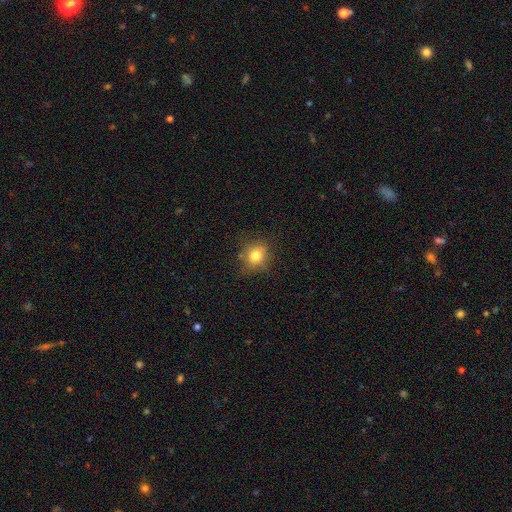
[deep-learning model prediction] Smooth or featured? Predicted: smooth (p=0.79). How rounded? Predicted: round (p=0.74). Merging? Predicted: none (p=0.76).